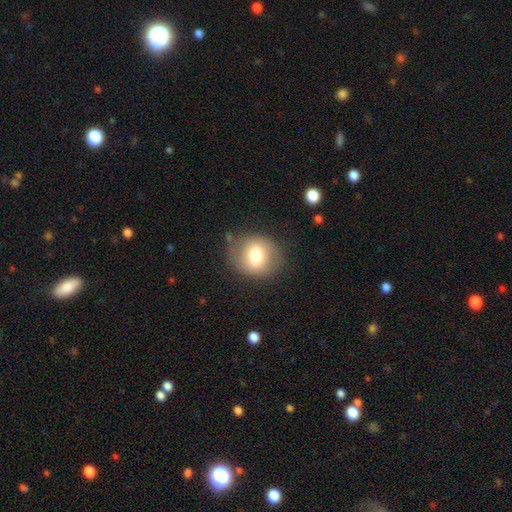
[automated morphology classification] The model was most divided on "smooth or featured": smooth: 69%, featured or disk: 23%, star or artifact: 8%. More confident: merging — none (77%); how rounded — round (76%).